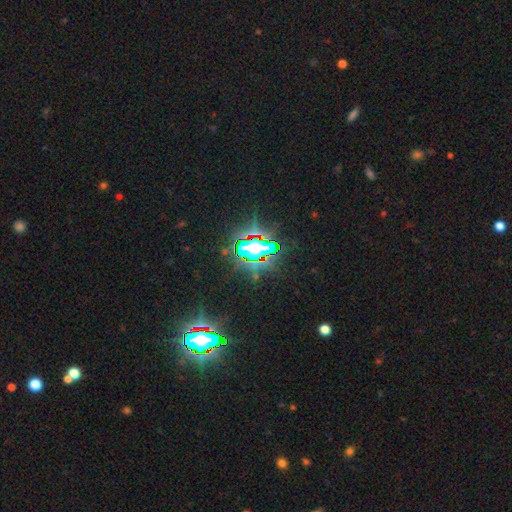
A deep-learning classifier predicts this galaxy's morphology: Overall: star or artifact (81%).